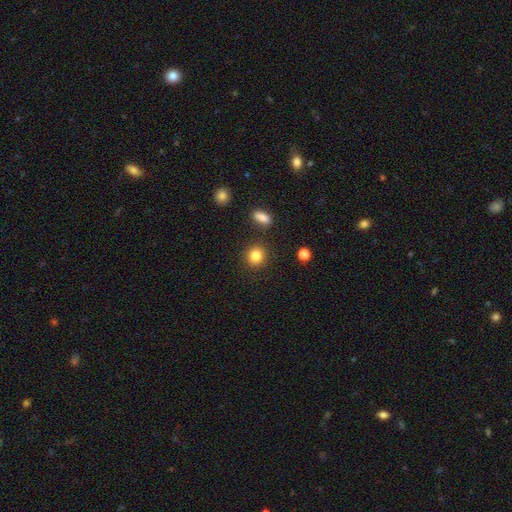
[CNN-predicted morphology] smooth_or_featured: smooth (p=0.85) [alt: star or artifact p=0.10]
how_rounded: round (p=0.86) [alt: in between p=0.13]
merging: none (p=0.88) [alt: minor disturbance p=0.07]